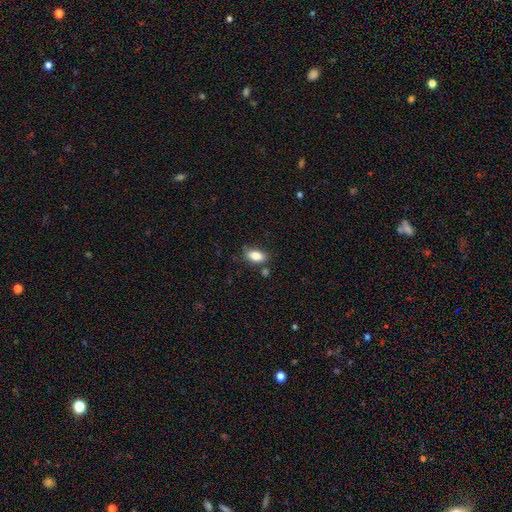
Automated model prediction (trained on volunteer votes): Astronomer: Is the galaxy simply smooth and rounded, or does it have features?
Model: smooth — 84%.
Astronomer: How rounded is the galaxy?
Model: in between — 89%.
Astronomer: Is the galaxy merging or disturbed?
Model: none — 74%.